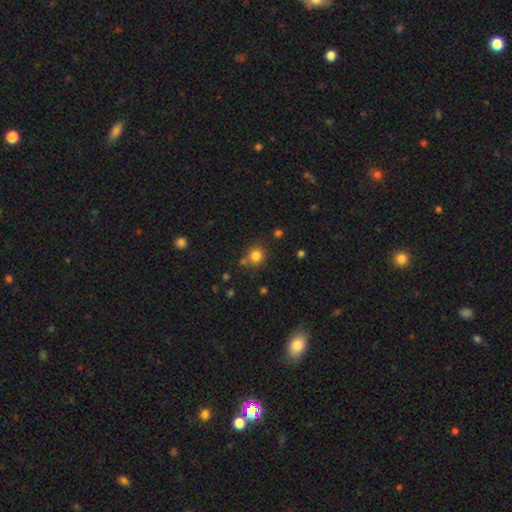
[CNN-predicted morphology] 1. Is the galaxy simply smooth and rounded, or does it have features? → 82% smooth, 13% star or artifact, 6% featured or disk.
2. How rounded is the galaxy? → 88% round, 11% in between, 1% cigar-shaped.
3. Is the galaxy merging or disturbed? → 74% none, 12% minor disturbance, 10% merger, 4% major disturbance.